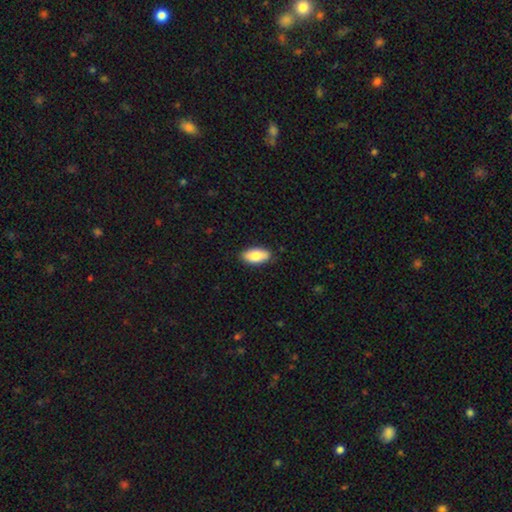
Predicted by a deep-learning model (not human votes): This is clearly a smooth galaxy (82%). How rounded: clearly in between (92%). Merging: clearly none (86%).